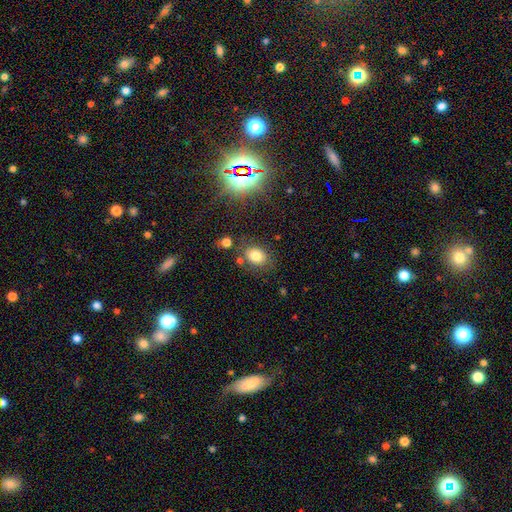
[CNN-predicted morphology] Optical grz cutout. It shows a smooth galaxy with no disk features (78%) that is in between round and cigar-shaped (64%). Merging: none (74%).